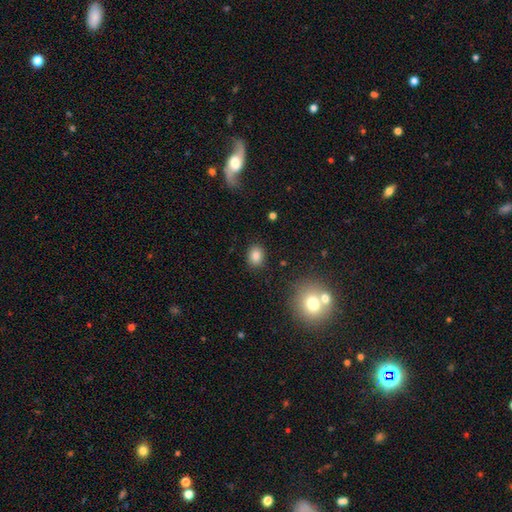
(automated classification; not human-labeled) Smooth or featured? Predicted: smooth (p=0.83). How rounded? Predicted: in between (p=0.53). Merging? Predicted: none (p=0.87).